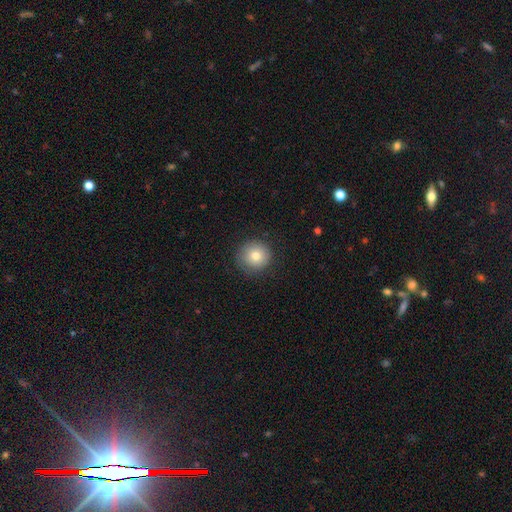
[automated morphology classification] This appears to be a smooth galaxy with no disk features (78%) that is round (95%). Merging: none (87%).